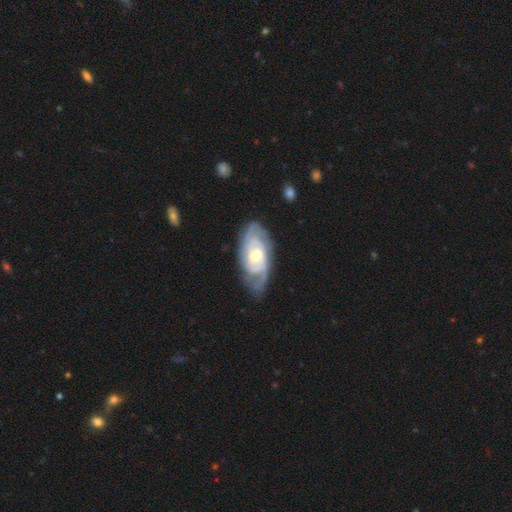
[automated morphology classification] type=featured or disk (84%); edge-on=no (95%); bar=no (52%); spiral arms=yes (95%); winding=tight (62%); arm count=2 (37%); bulge=moderate (59%); merging=none (71%).